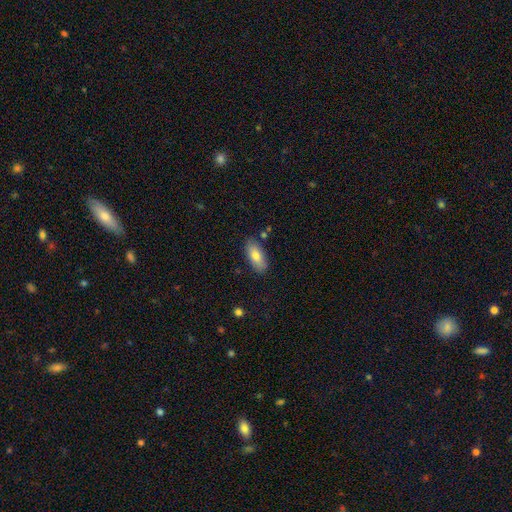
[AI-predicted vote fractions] Smooth or featured? Predicted: smooth (p=0.79). How rounded? Predicted: in between (p=0.85). Merging? Predicted: none (p=0.83).